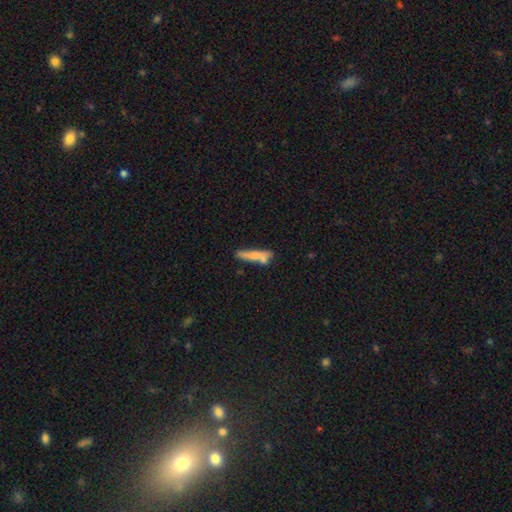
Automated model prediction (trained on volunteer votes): Smooth or featured? Predicted: smooth (p=0.63). How rounded? Predicted: cigar-shaped (p=0.82). Merging? Predicted: none (p=0.50).